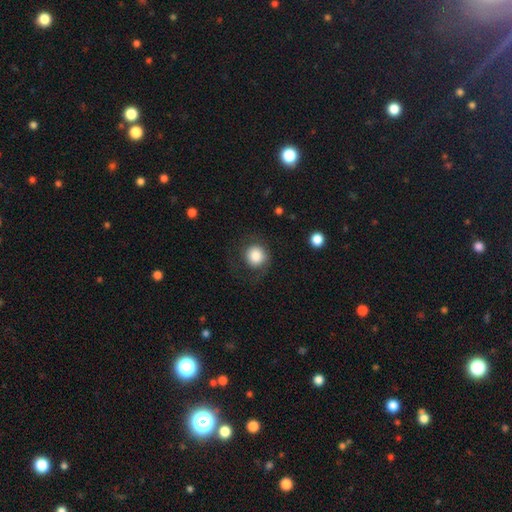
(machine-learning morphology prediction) A smooth galaxy with no disk features (82%) that is round (88%).

Vote fractions:
- Smooth or featured? smooth: 82% / featured or disk: 10% / star or artifact: 8%
- How rounded? round: 88% / in between: 11% / cigar-shaped: 1%
- Merging? none: 69% / minor disturbance: 16% / major disturbance: 13% / merger: 2%